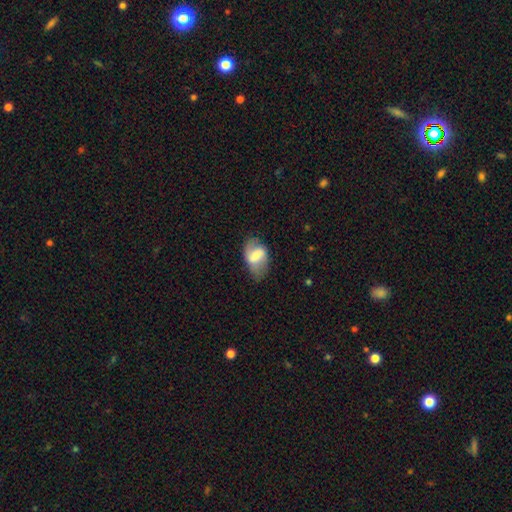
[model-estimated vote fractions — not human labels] smooth-or-featured: smooth: 49% | featured or disk: 44% | star or artifact: 8%
  merging: none: 58% | minor disturbance: 28% | major disturbance: 12% | merger: 2%